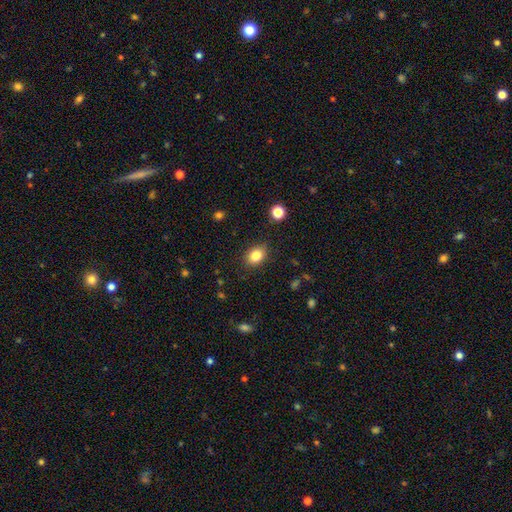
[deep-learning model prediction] Q: Smooth or featured?
A: smooth (83%); runner-up: star or artifact (10%)
Q: How rounded?
A: in between (67%); runner-up: round (32%)
Q: Merging?
A: none (85%); runner-up: minor disturbance (11%)